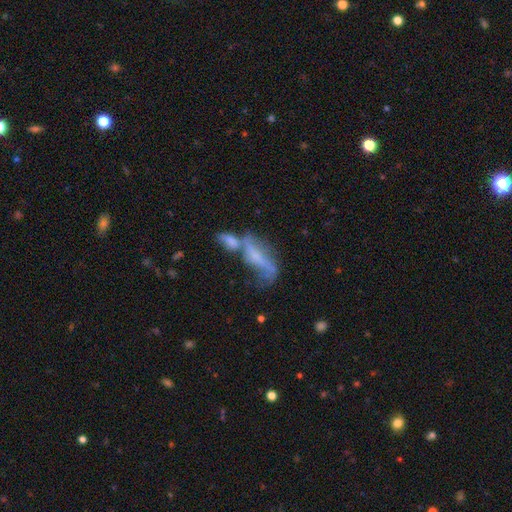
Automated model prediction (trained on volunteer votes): This is possibly a featured or disk galaxy (52%). It is likely not viewed edge-on (77%). Merging: possibly merger (52%).